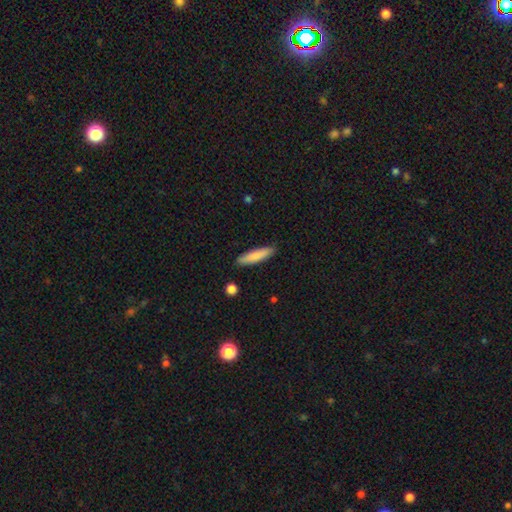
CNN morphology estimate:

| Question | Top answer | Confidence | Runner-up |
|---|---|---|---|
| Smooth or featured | smooth | 81% | featured or disk (13%) |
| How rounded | cigar-shaped | 78% | in between (20%) |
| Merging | none | 87% | minor disturbance (10%) |